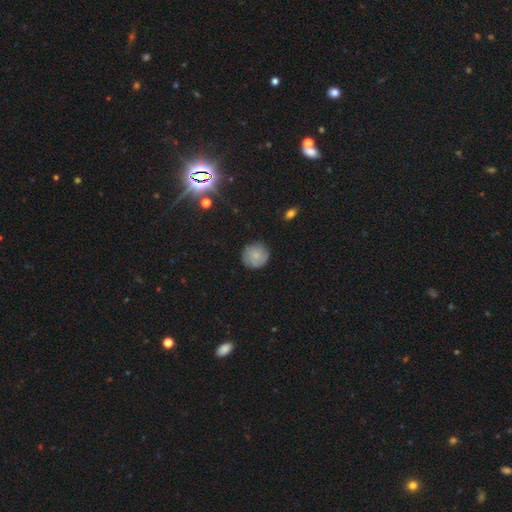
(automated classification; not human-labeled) Smooth or featured? Predicted: smooth (p=0.81). How rounded? Predicted: round (p=0.93). Merging? Predicted: none (p=0.85).